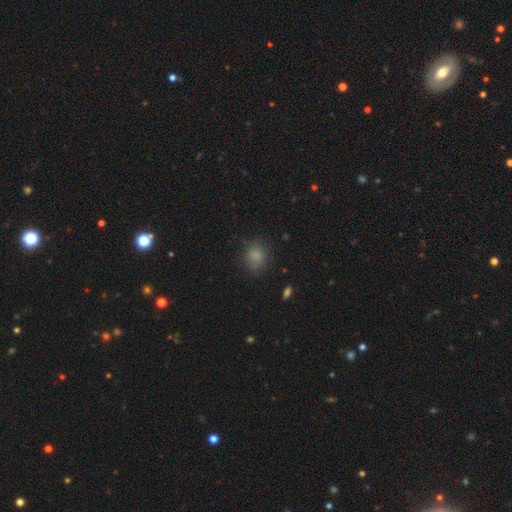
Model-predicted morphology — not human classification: Overall: smooth (83%). How rounded: round (73%). Merging: none (78%).